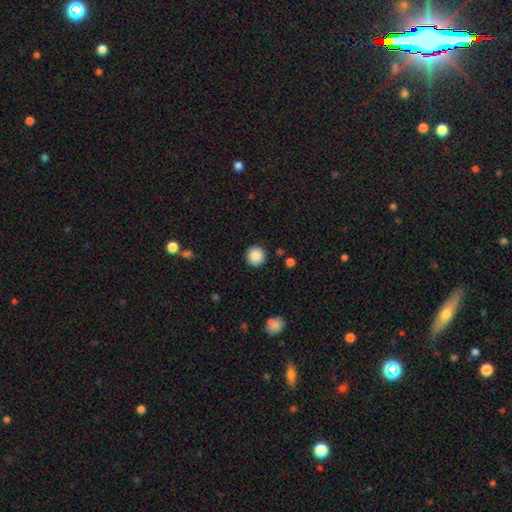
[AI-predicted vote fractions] smooth-or-featured: smooth: 88% | star or artifact: 9% | featured or disk: 3%
  how-rounded: round: 96% | in between: 4% | cigar-shaped: 1%
  merging: none: 91% | minor disturbance: 5% | major disturbance: 2% | merger: 1%